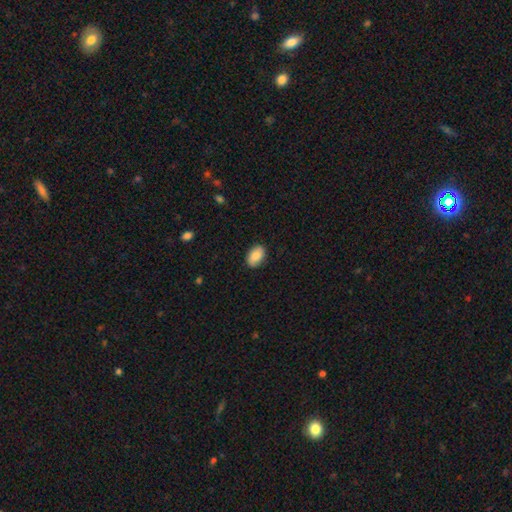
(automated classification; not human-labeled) A smooth galaxy with no disk features (85%) that is in between round and cigar-shaped (90%).

Vote fractions:
- Smooth or featured? smooth: 85% / featured or disk: 8% / star or artifact: 6%
- How rounded? in between: 90% / round: 9% / cigar-shaped: 1%
- Merging? none: 86% / minor disturbance: 11% / major disturbance: 2% / merger: 1%